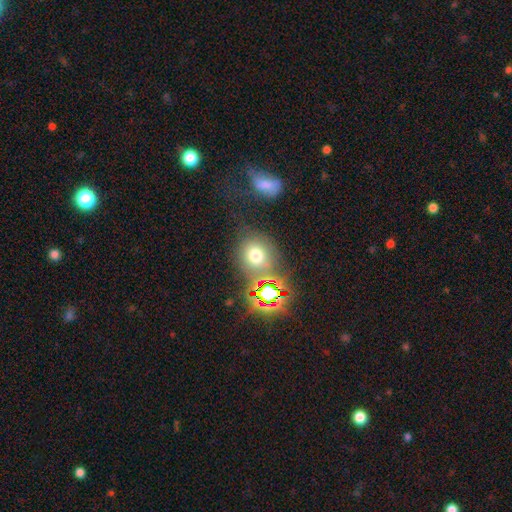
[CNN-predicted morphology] A smooth galaxy with no disk features (64%) that is round (74%). Merging: none (66%).